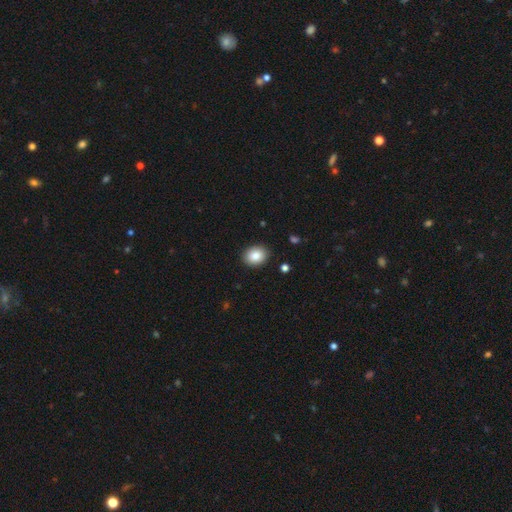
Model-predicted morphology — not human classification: smooth_or_featured: smooth (p=0.85) [alt: star or artifact p=0.08]
how_rounded: in between (p=0.54) [alt: round p=0.45]
merging: none (p=0.90) [alt: minor disturbance p=0.07]